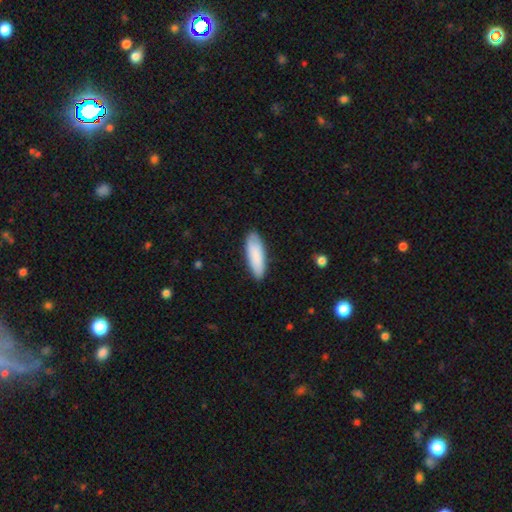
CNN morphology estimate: smooth_or_featured: smooth (p=0.87) [alt: featured or disk p=0.08]
how_rounded: in between (p=0.62) [alt: cigar-shaped p=0.36]
merging: none (p=0.86) [alt: minor disturbance p=0.11]